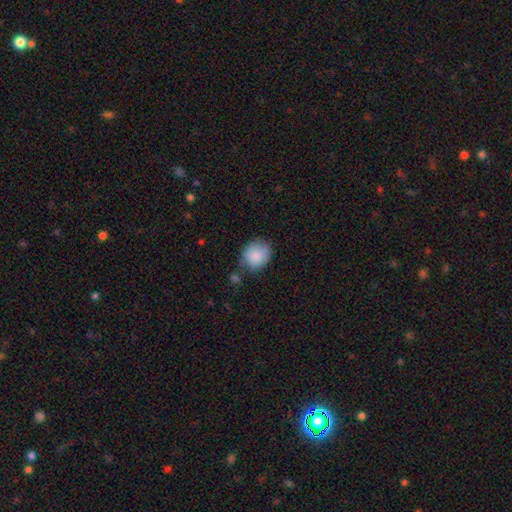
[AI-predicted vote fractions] Q: Smooth or featured?
A: smooth (86%); runner-up: star or artifact (7%)
Q: How rounded?
A: round (63%); runner-up: in between (36%)
Q: Merging?
A: none (64%); runner-up: minor disturbance (24%)